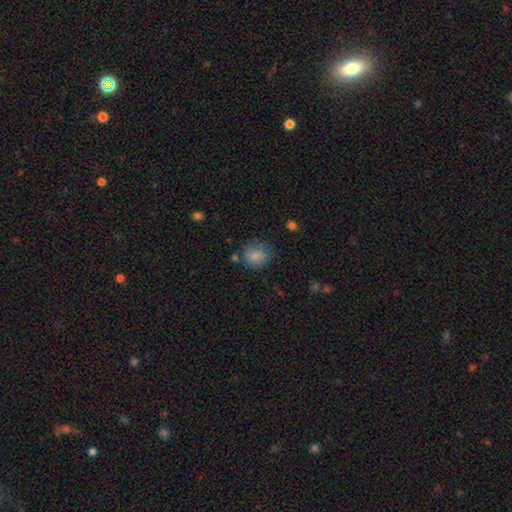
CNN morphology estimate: Q: Smooth or featured?
A: smooth (82%); runner-up: star or artifact (9%)
Q: How rounded?
A: round (70%); runner-up: in between (29%)
Q: Merging?
A: none (66%); runner-up: minor disturbance (21%)